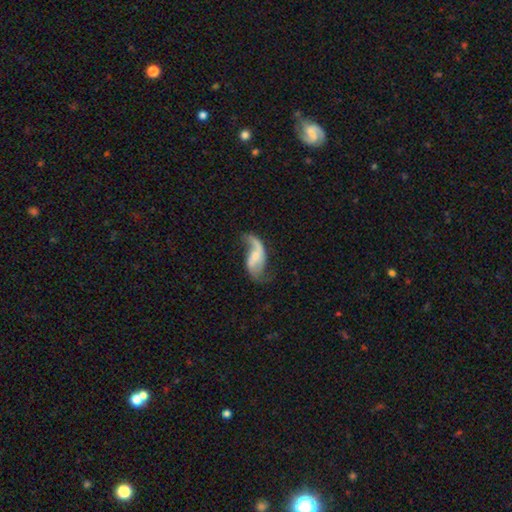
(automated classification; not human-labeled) Smooth or featured? featured or disk (79%)
Edge-on disk? no (96%)
Bar? weak (43%)
Spiral arms? yes (91%)
Spiral winding? loose (83%)
Spiral arm count? 2 (76%)
Bulge size? small (48%)
Merging? none (46%)